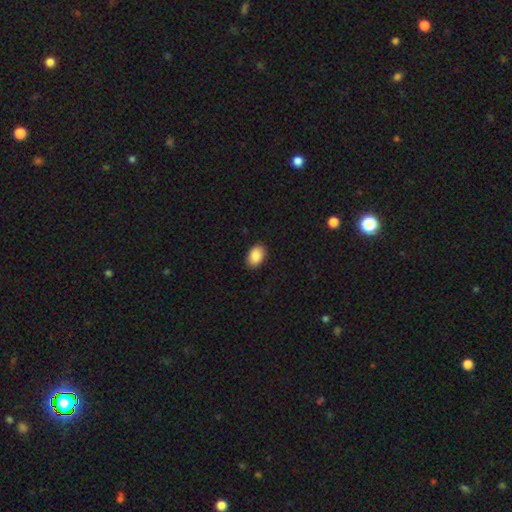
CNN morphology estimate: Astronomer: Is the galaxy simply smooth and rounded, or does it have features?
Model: smooth — 89%.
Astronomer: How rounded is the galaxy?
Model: in between — 85%.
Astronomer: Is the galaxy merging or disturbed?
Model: none — 89%.